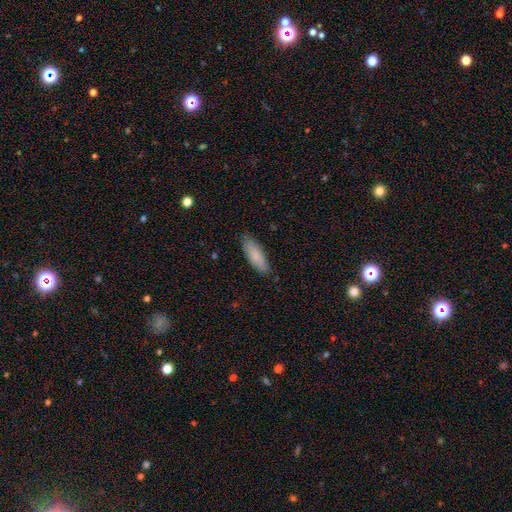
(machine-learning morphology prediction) Smooth or featured? smooth (83%)
How rounded? in between (65%)
Merging? none (83%)